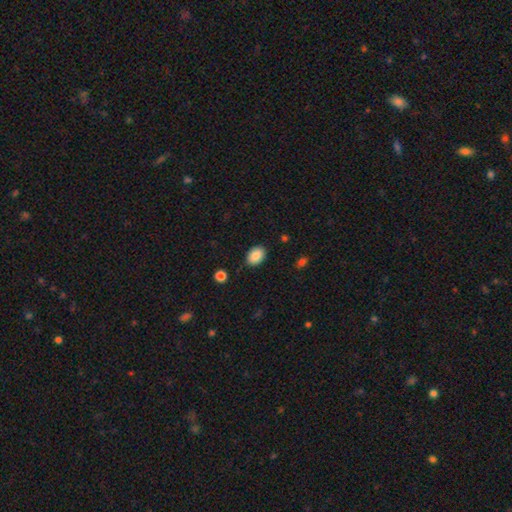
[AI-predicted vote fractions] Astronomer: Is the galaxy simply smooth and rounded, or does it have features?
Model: smooth — 87%.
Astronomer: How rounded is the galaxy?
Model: in between — 73%.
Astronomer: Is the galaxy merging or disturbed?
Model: none — 85%.